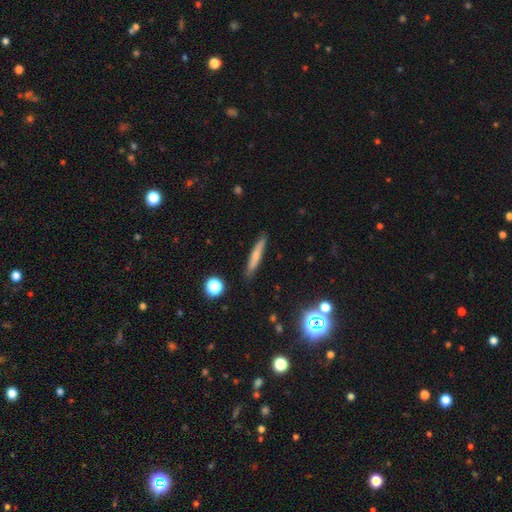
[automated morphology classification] Smooth or featured?
  - smooth: 65% *
  - featured or disk: 26%
  - star or artifact: 9%
How rounded?
  - cigar-shaped: 92% *
  - in between: 6%
  - round: 2%
Merging?
  - none: 87% *
  - minor disturbance: 9%
  - major disturbance: 2%
  - merger: 2%